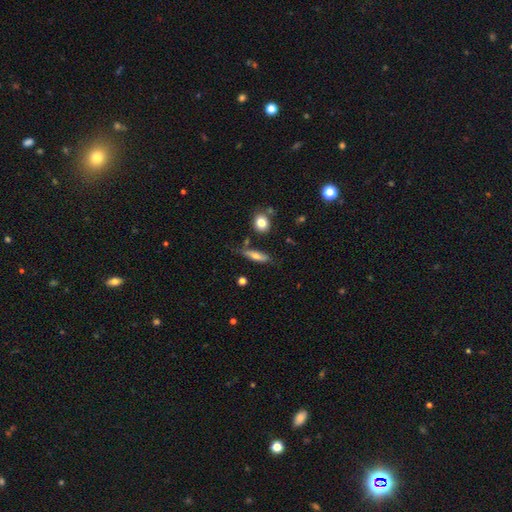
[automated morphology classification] This is likely a smooth galaxy (62%). How rounded: likely cigar-shaped (64%). Merging: likely none (72%).